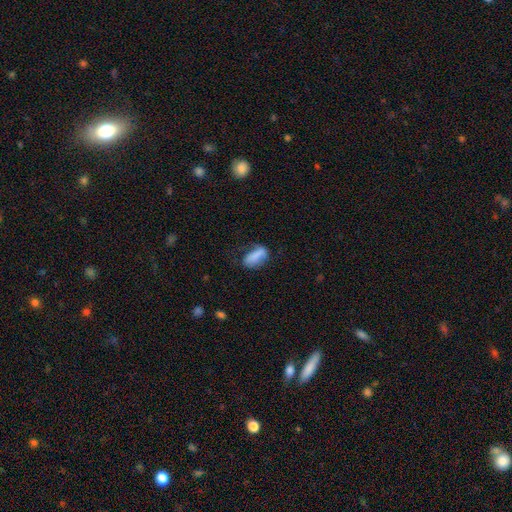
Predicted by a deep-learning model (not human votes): This appears to be a smooth galaxy with no disk features (78%) that is in between round and cigar-shaped (84%). Merging: none (47%).